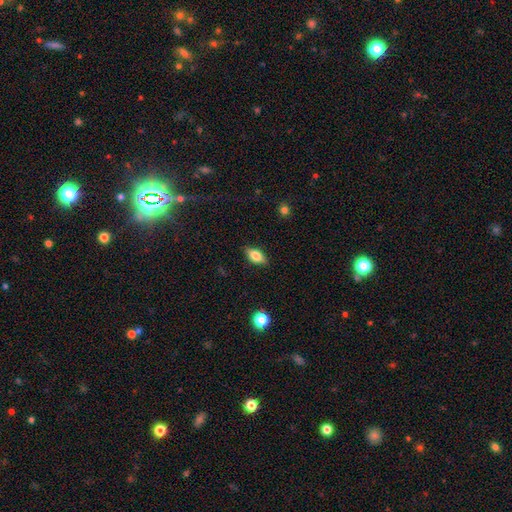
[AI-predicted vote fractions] Q: Smooth or featured?
A: smooth (75%); runner-up: featured or disk (17%)
Q: How rounded?
A: in between (85%); runner-up: cigar-shaped (10%)
Q: Merging?
A: none (86%); runner-up: minor disturbance (11%)